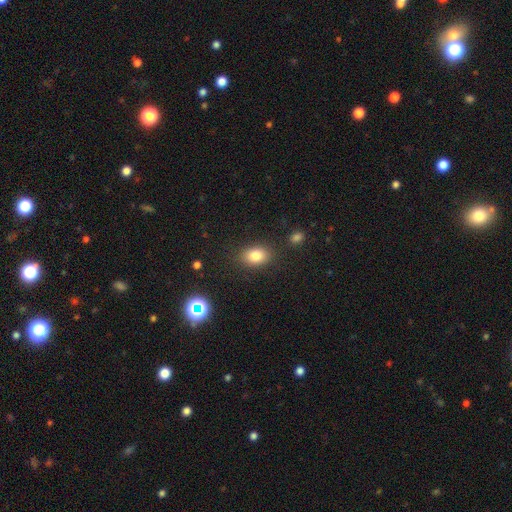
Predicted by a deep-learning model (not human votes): This is clearly a smooth galaxy (81%). How rounded: likely in between (77%). Merging: clearly none (85%).